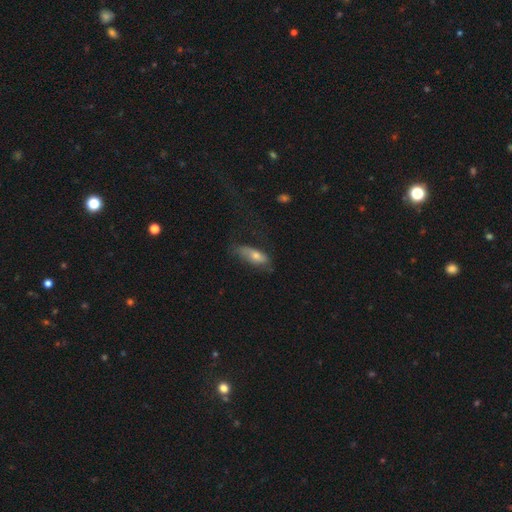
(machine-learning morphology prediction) Smooth or featured?
  - smooth: 60% *
  - featured or disk: 31%
  - star or artifact: 9%
How rounded?
  - in between: 61% *
  - cigar-shaped: 36%
  - round: 3%
Merging?
  - none: 53% *
  - minor disturbance: 28%
  - major disturbance: 17%
  - merger: 2%